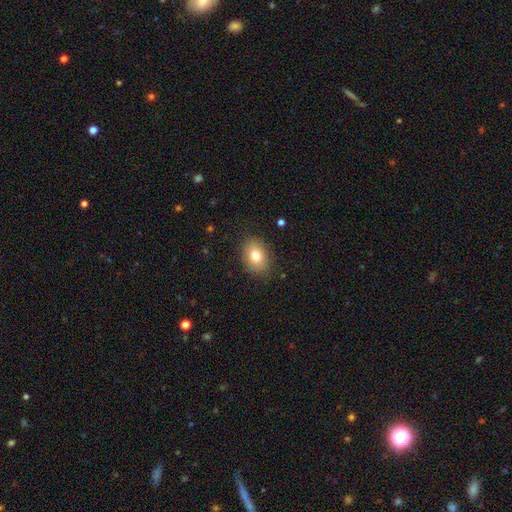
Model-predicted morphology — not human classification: Overall: smooth (80%). How rounded: in between (72%). Merging: none (86%).